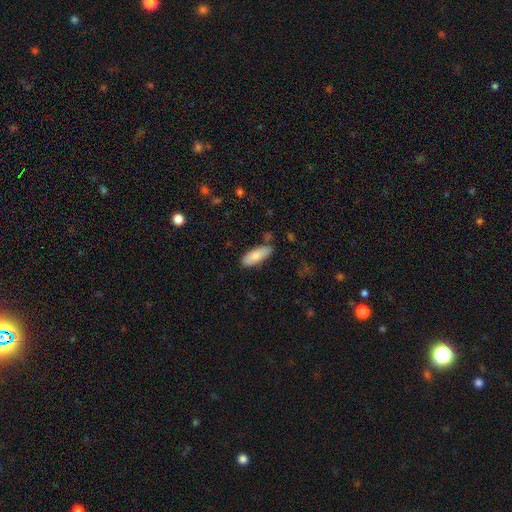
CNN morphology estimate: Q: Smooth or featured?
A: smooth (82%); runner-up: featured or disk (12%)
Q: How rounded?
A: in between (72%); runner-up: cigar-shaped (27%)
Q: Merging?
A: none (77%); runner-up: minor disturbance (16%)